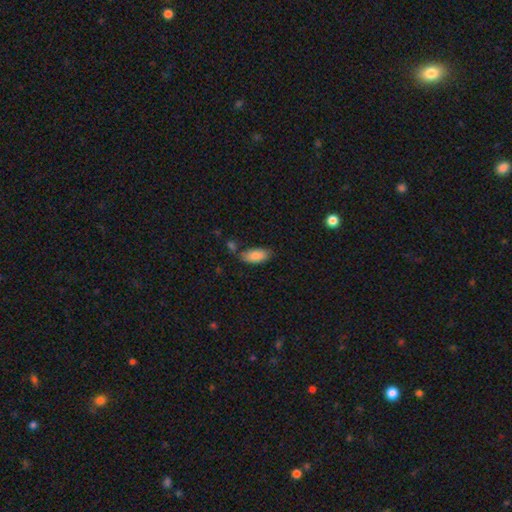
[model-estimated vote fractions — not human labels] Smooth or featured? Predicted: smooth (p=0.86). How rounded? Predicted: in between (p=0.90). Merging? Predicted: none (p=0.66).